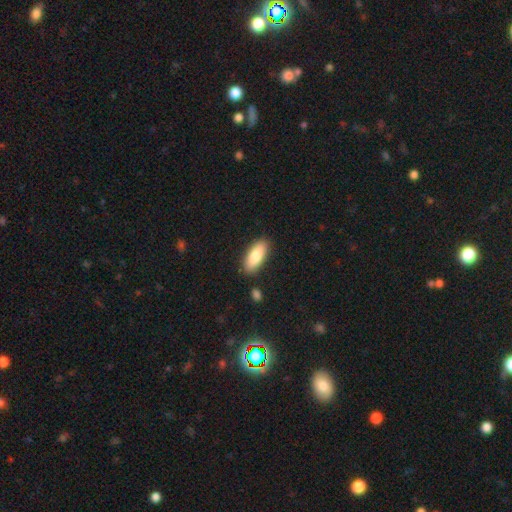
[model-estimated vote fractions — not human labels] Overall: smooth (83%). How rounded: in between (80%). Merging: none (85%).